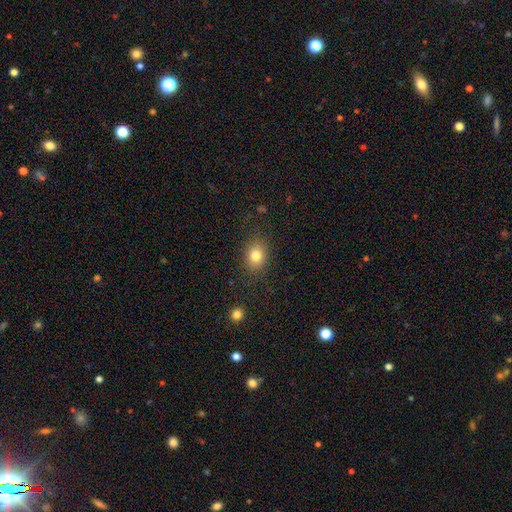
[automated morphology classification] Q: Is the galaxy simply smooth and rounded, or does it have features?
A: smooth — 82%.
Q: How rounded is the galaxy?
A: in between — 51%.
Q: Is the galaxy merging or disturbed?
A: none — 85%.